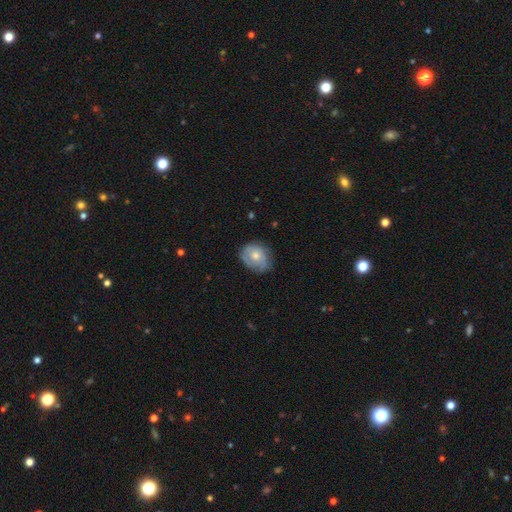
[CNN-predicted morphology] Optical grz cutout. It shows a smooth galaxy with no disk features (48%). Merging: none (63%).